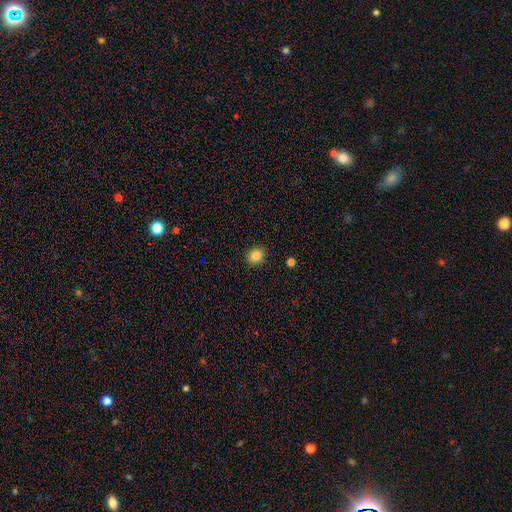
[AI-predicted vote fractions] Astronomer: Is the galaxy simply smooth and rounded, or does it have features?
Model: smooth — 86%.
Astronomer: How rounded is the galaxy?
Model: round — 70%.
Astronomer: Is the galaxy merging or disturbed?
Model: none — 90%.